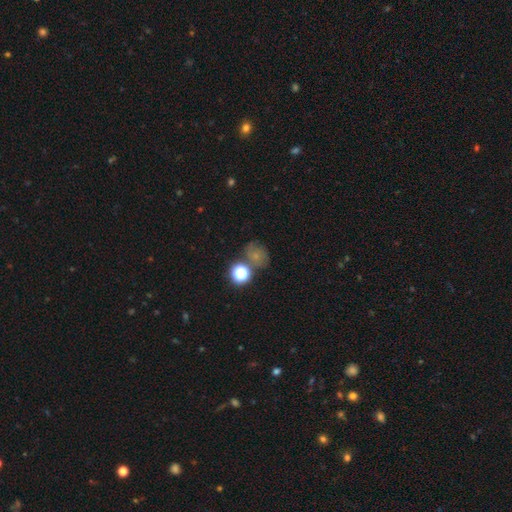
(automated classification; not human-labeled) Smooth or featured? smooth (46%)
Merging? none (61%)